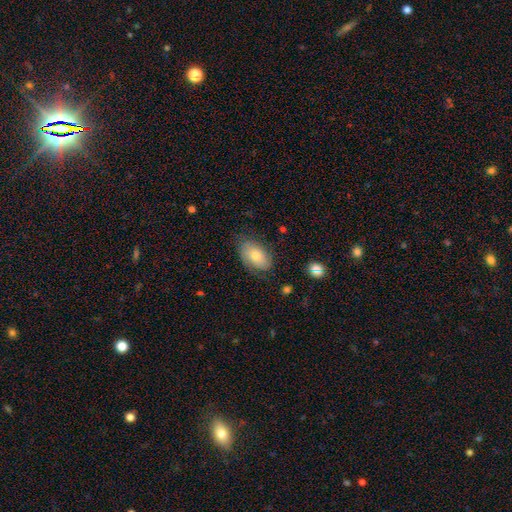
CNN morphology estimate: type=smooth (69%); roundness=in between (92%); merging=none (73%).